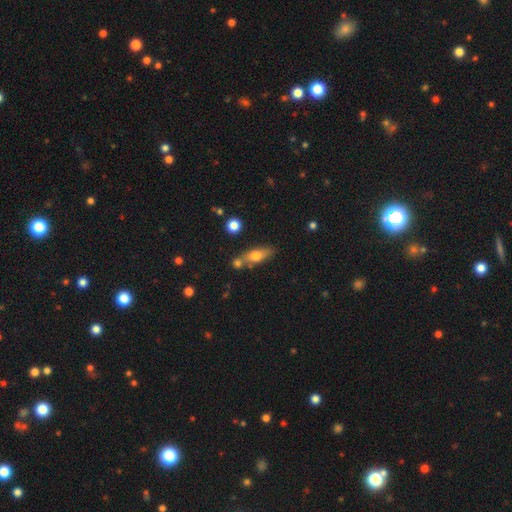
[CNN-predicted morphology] smooth-or-featured: smooth: 65% | featured or disk: 26% | star or artifact: 8%
  how-rounded: in between: 59% | cigar-shaped: 36% | round: 6%
  merging: none: 59% | merger: 21% | minor disturbance: 15% | major disturbance: 5%